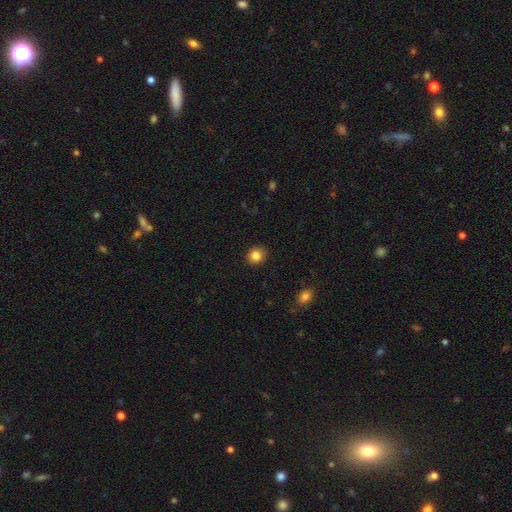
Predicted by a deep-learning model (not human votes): This is clearly a smooth galaxy (85%). How rounded: clearly round (81%). Merging: clearly none (89%).